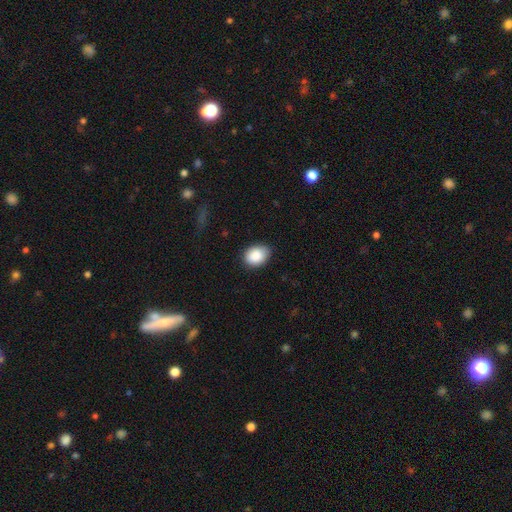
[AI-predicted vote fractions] This appears to be a smooth galaxy with no disk features (89%) that is in between round and cigar-shaped (70%). Merging: none (79%).